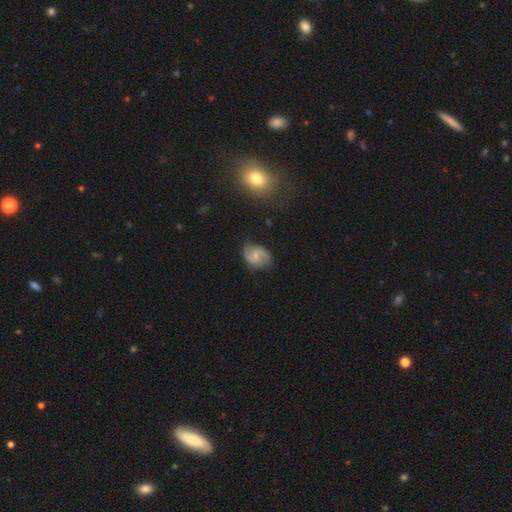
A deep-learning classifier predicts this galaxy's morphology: type=featured or disk (70%); edge-on=no (97%); bar=no (55%); spiral arms=yes (93%); winding=medium (50%); arm count=2 (87%); bulge=small (60%); merging=none (73%).